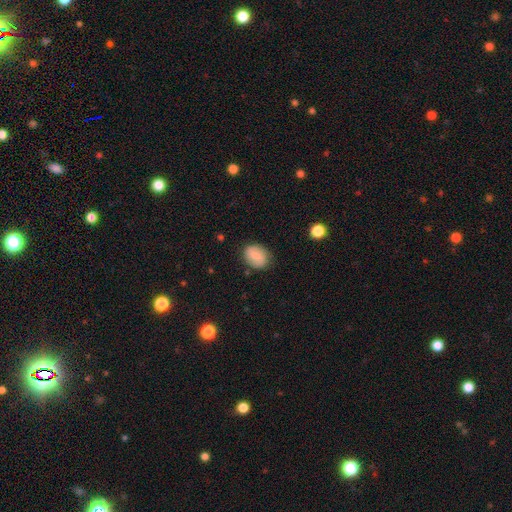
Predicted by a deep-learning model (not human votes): smooth-or-featured: smooth: 68% | featured or disk: 24% | star or artifact: 8%
  how-rounded: in between: 59% | round: 39% | cigar-shaped: 1%
  merging: none: 80% | minor disturbance: 15% | major disturbance: 4% | merger: 2%